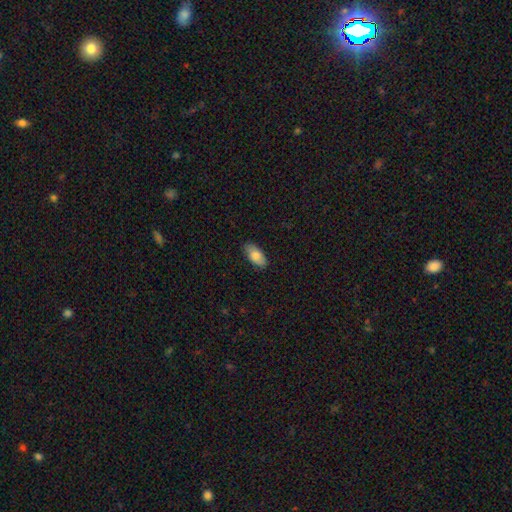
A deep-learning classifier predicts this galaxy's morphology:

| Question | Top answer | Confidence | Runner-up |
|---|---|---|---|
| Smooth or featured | smooth | 80% | featured or disk (13%) |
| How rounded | in between | 92% | cigar-shaped (6%) |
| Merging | none | 85% | minor disturbance (12%) |